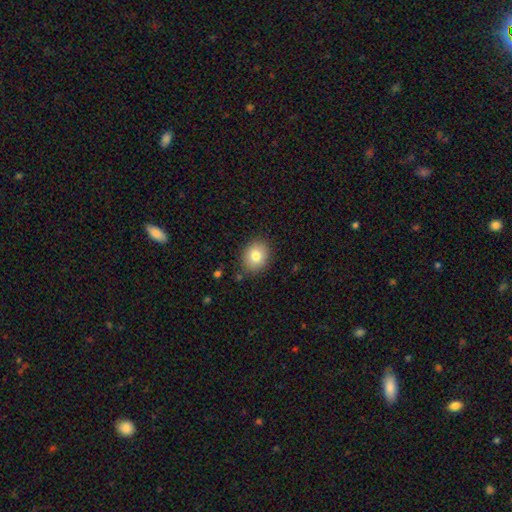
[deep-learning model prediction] The model was most divided on "how rounded": round: 62%, in between: 37%, cigar-shaped: 1%. More confident: merging — none (87%); smooth or featured — smooth (80%).